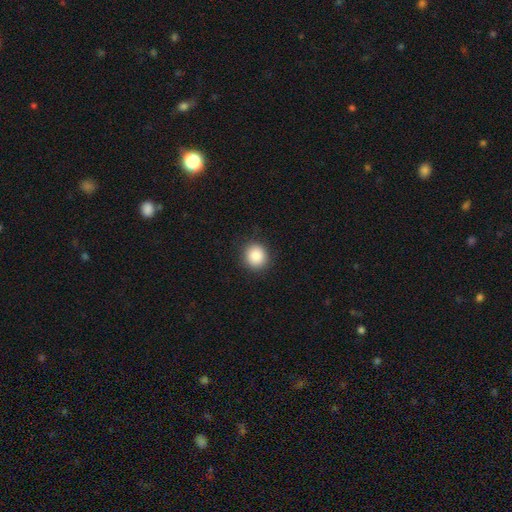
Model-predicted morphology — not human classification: This is clearly a smooth galaxy (87%). How rounded: clearly round (86%). Merging: clearly none (89%).